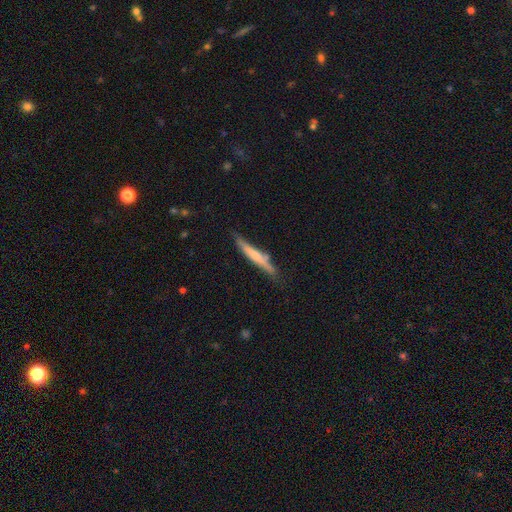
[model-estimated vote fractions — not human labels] Morphology: type=smooth (51%); roundness=cigar-shaped (94%); merging=none (73%).